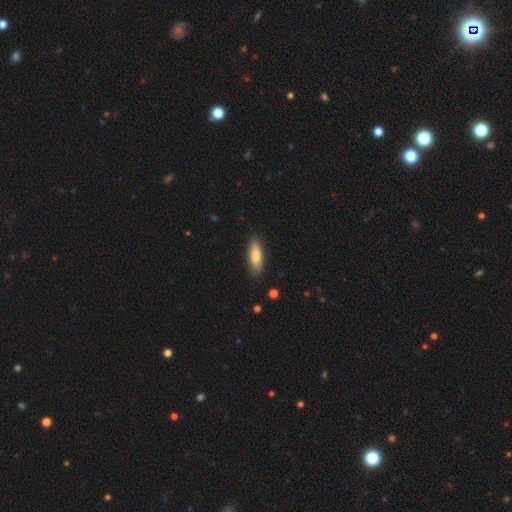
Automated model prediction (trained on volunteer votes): The model was most divided on "how rounded": in between: 67%, cigar-shaped: 31%, round: 2%. More confident: merging — none (85%); smooth or featured — smooth (79%).